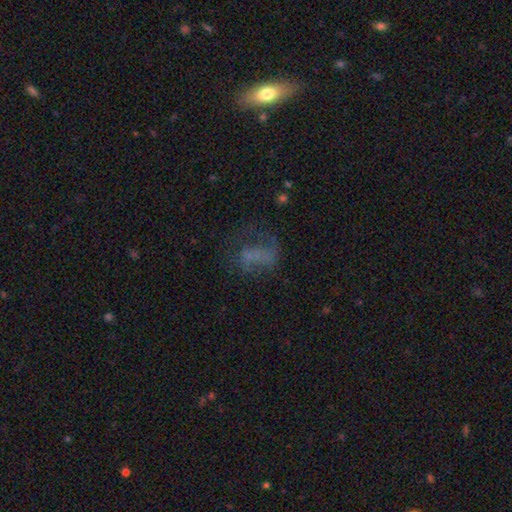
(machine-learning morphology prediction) type=featured or disk (42%); merging=none (39%).